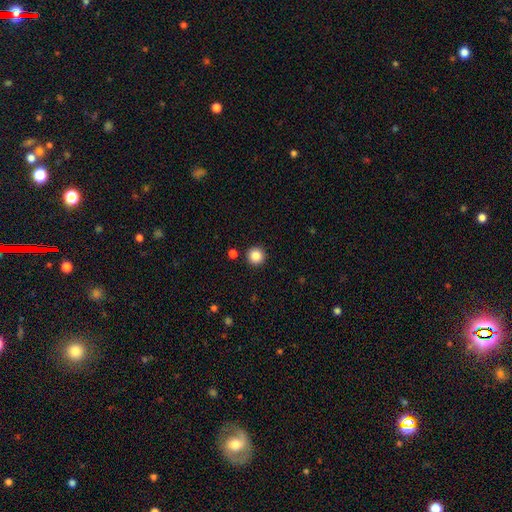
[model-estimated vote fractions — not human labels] smooth 86%, star or artifact 10%, featured or disk 4%. Down the decision tree: how rounded — round (96%); merging — none (92%).